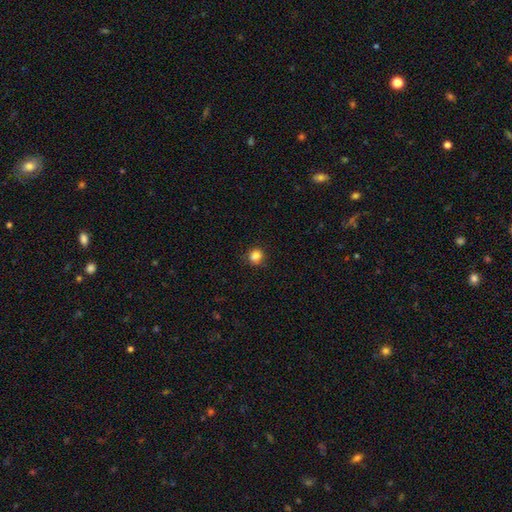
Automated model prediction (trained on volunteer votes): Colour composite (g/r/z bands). It shows a smooth galaxy with no disk features (82%) that is round (75%). Merging: none (78%).